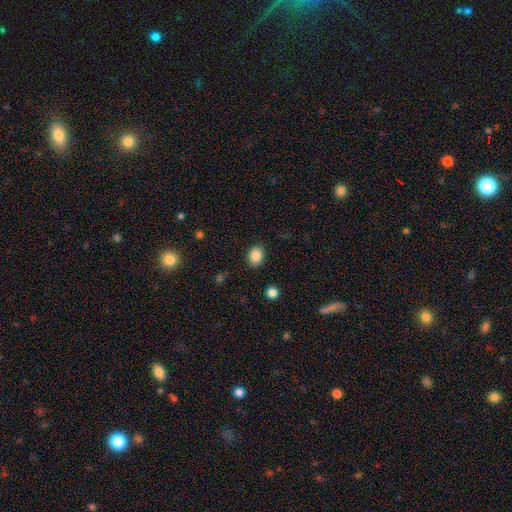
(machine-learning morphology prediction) smooth-or-featured: smooth: 87% | star or artifact: 9% | featured or disk: 4%
  how-rounded: in between: 57% | round: 42% | cigar-shaped: 1%
  merging: none: 87% | minor disturbance: 9% | major disturbance: 3% | merger: 1%